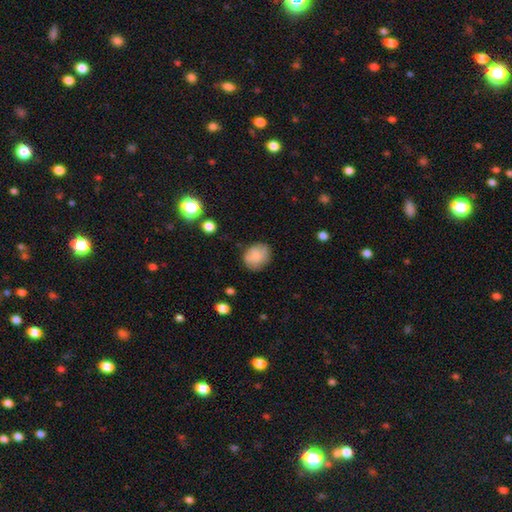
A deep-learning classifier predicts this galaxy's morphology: smooth_or_featured: smooth (p=0.78) [alt: featured or disk p=0.13]
how_rounded: round (p=0.61) [alt: in between p=0.38]
merging: none (p=0.72) [alt: minor disturbance p=0.20]